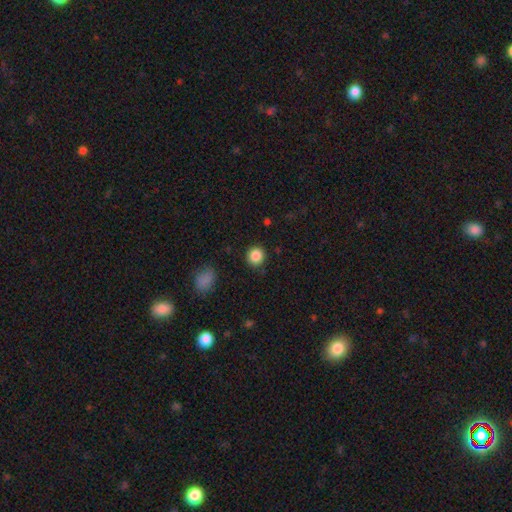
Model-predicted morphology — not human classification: Smooth or featured: smooth — 87% (star or artifact — 10%)
How rounded: round — 88% (in between — 11%)
Merging: none — 88% (minor disturbance — 8%)